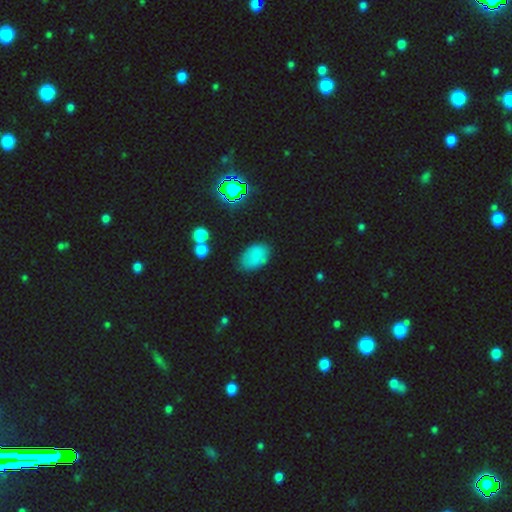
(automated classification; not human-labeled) A smooth galaxy with no disk features (73%) that is in between round and cigar-shaped (88%). Merging: none (72%).